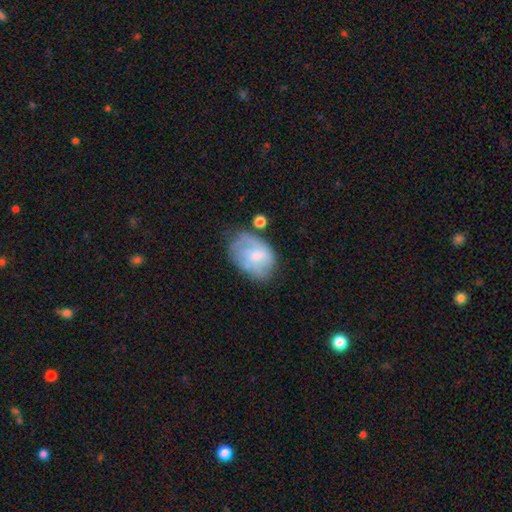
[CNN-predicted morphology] This appears to be a featured or disk galaxy (51%). Merging: none (47%).